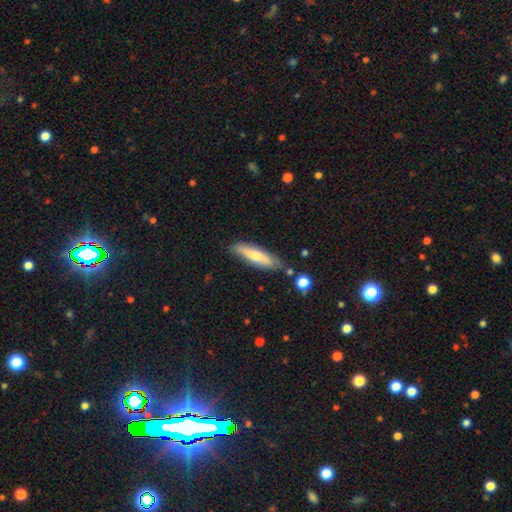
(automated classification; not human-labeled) The model was most divided on "smooth or featured": smooth: 62%, featured or disk: 32%, star or artifact: 6%. More confident: merging — none (75%); how rounded — cigar-shaped (72%).